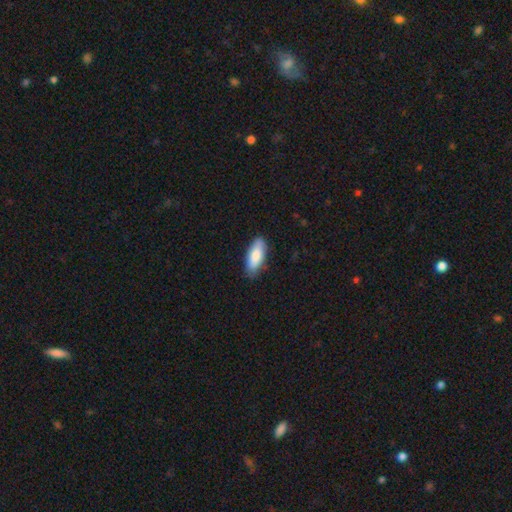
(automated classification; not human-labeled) Smooth or featured?
  - smooth: 82% *
  - featured or disk: 13%
  - star or artifact: 5%
How rounded?
  - in between: 80% *
  - cigar-shaped: 18%
  - round: 2%
Merging?
  - none: 83% *
  - minor disturbance: 14%
  - major disturbance: 2%
  - merger: 1%